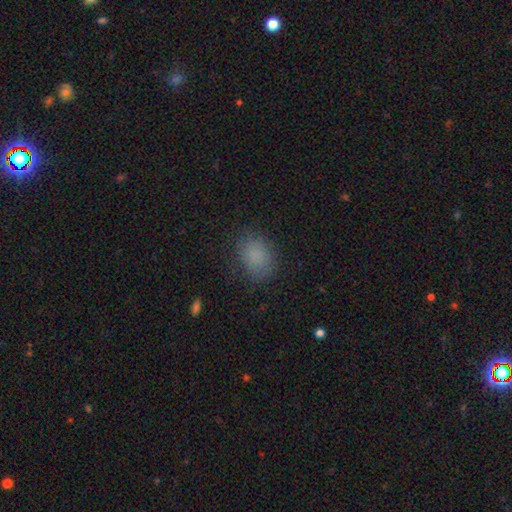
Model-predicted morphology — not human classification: Overall: smooth (84%). How rounded: in between (58%; round 41%). Merging: none (79%).